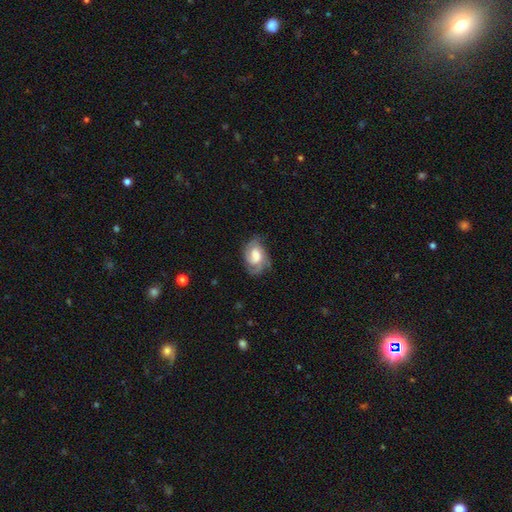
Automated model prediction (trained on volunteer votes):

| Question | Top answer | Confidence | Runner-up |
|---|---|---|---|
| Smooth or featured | featured or disk | 62% | smooth (31%) |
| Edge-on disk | no | 97% | yes (3%) |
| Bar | no | 55% | weak (37%) |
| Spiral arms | yes | 89% | no (11%) |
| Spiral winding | tight | 43% | medium (42%) |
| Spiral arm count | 2 | 43% | can't tell (24%) |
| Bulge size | moderate | 37% | large (36%) |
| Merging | none | 60% | minor disturbance (26%) |